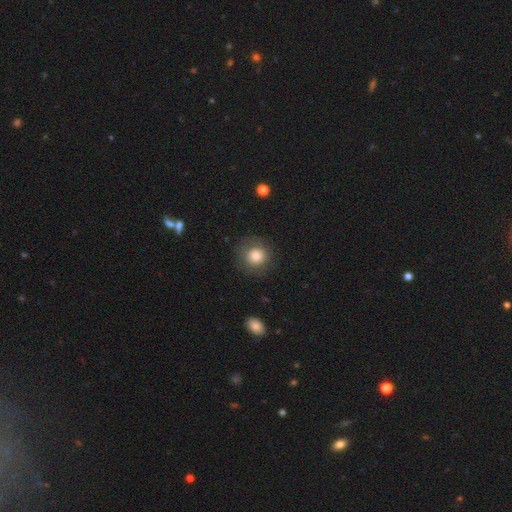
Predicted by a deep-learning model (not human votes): Smooth or featured? smooth (81%)
How rounded? round (91%)
Merging? none (79%)